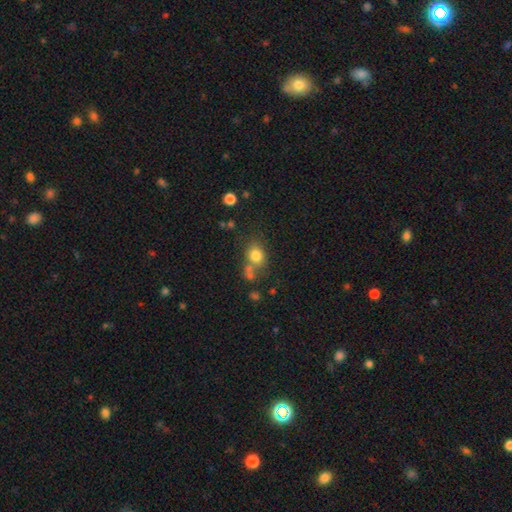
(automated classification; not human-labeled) smooth_or_featured: smooth (p=0.79) [alt: star or artifact p=0.12]
how_rounded: round (p=0.63) [alt: in between p=0.36]
merging: none (p=0.53) [alt: merger p=0.25]